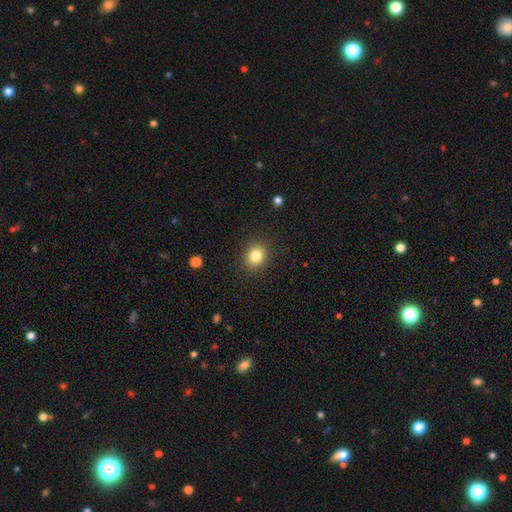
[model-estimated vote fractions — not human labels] smooth_or_featured: smooth (p=0.82) [alt: star or artifact p=0.11]
how_rounded: round (p=0.67) [alt: in between p=0.32]
merging: none (p=0.89) [alt: minor disturbance p=0.07]